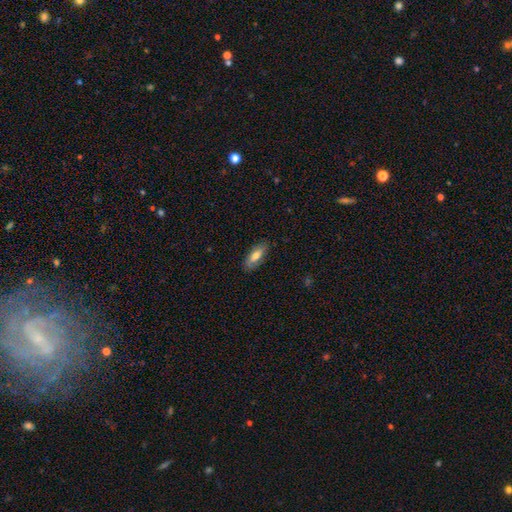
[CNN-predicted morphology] Smooth or featured: smooth — 70% (featured or disk — 24%)
How rounded: in between — 78% (cigar-shaped — 20%)
Merging: none — 85% (minor disturbance — 12%)